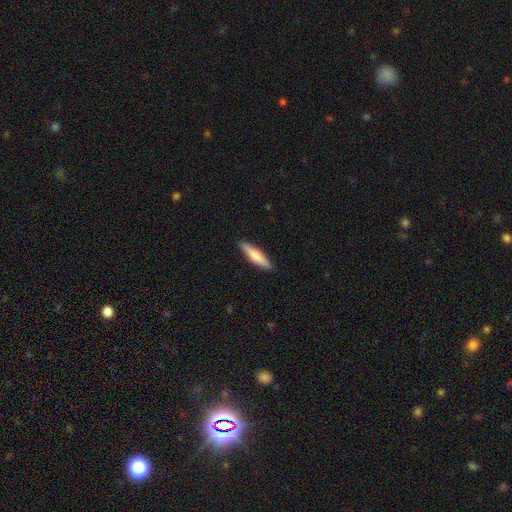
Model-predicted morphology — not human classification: smooth 67%, featured or disk 28%, star or artifact 5%. Down the decision tree: how rounded — cigar-shaped (83%); merging — none (90%).